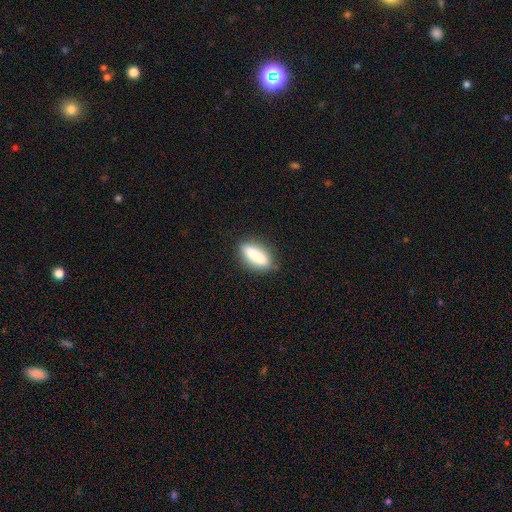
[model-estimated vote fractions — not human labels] Overall: smooth (79%). How rounded: in between (49%; cigar-shaped 48%). Merging: none (85%).